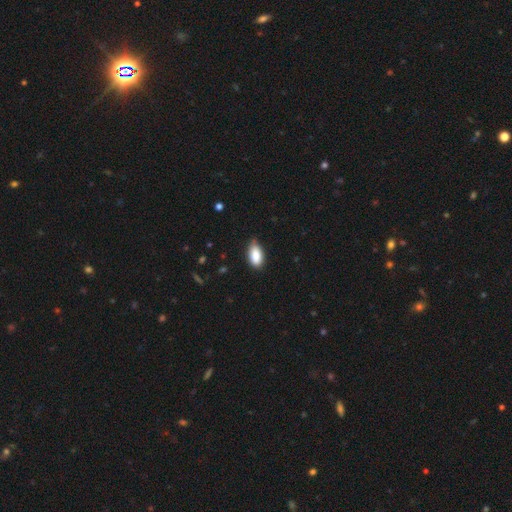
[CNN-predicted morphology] A smooth galaxy with no disk features (87%) that is in between round and cigar-shaped (93%). Merging: none (71%).